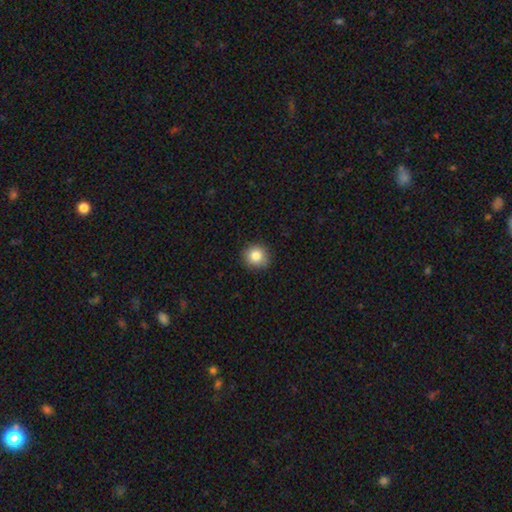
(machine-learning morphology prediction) This is clearly a smooth galaxy (84%). How rounded: clearly round (90%). Merging: clearly none (90%).